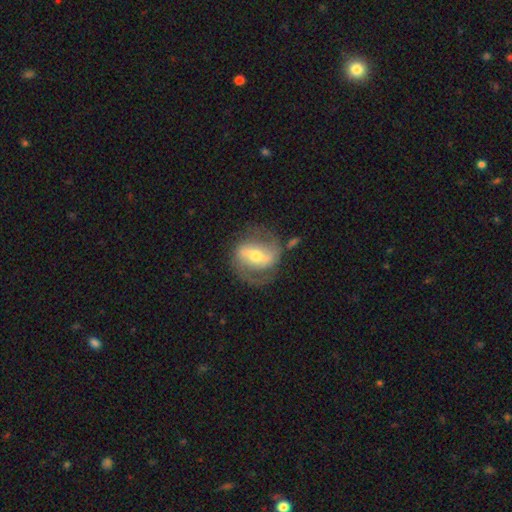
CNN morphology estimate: This is likely a featured or disk galaxy (79%). It is clearly not viewed edge-on (95%). Bar: possibly strong (52%). Spiral arm pattern: clearly yes (87%). Spiral arm count: clearly 2 (84%). Spiral winding: possibly medium (48%). Central bulge: likely moderate (62%). Merging: likely none (69%).